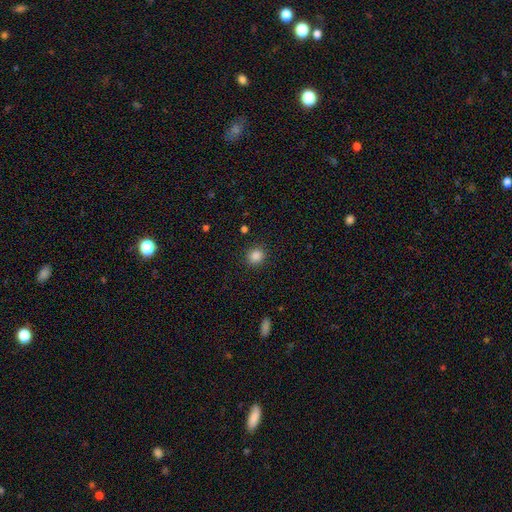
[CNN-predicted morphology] A smooth galaxy with no disk features (86%) that is round (83%). Merging: none (90%).